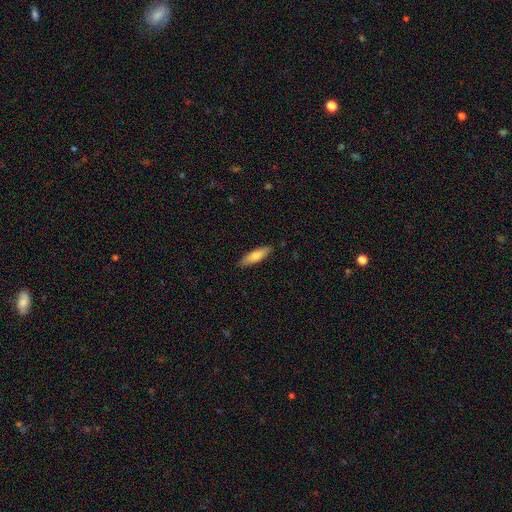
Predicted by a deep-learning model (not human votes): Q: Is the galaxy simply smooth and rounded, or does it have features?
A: smooth — 74%.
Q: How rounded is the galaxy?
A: cigar-shaped — 58%.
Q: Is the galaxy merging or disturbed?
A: none — 87%.